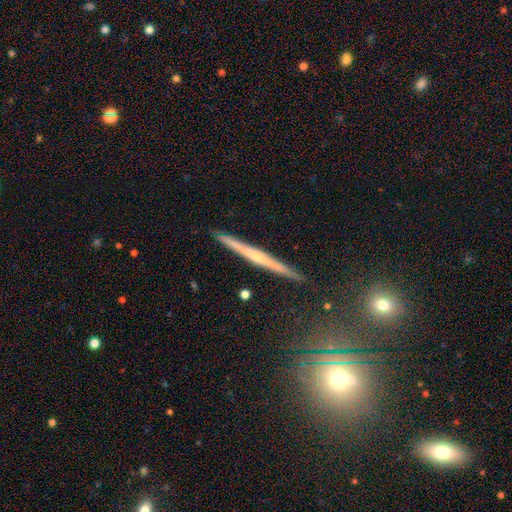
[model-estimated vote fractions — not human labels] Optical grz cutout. It shows a featured or disk galaxy (63%) viewed edge-on (97%) with no central bulge (63%). Merging: none (90%).